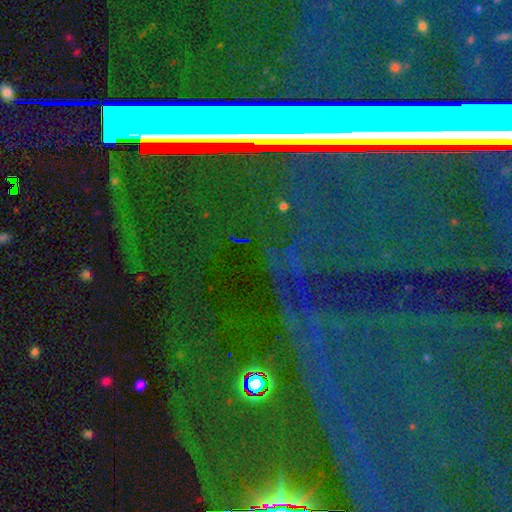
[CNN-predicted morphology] star or artifact 75%, featured or disk 13%, smooth 11%.